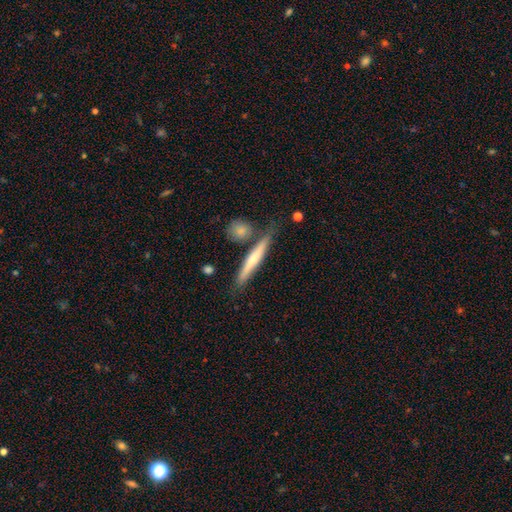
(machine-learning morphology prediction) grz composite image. It shows a featured or disk galaxy (48%). Merging: none (74%).